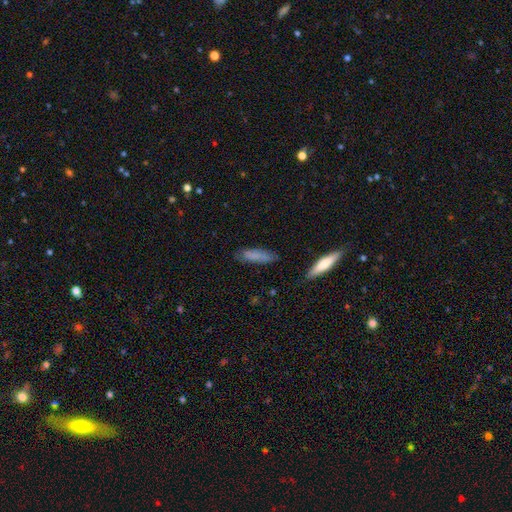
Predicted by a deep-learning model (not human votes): A smooth galaxy with no disk features (78%) that is cigar-shaped (66%). Merging: none (77%).